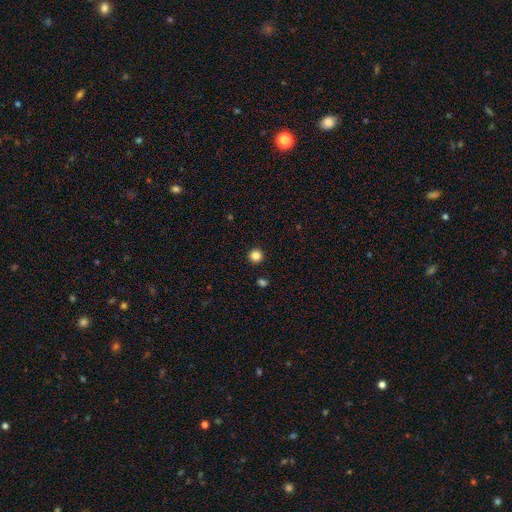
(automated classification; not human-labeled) A smooth galaxy with no disk features (84%) that is round (96%). Merging: none (93%).